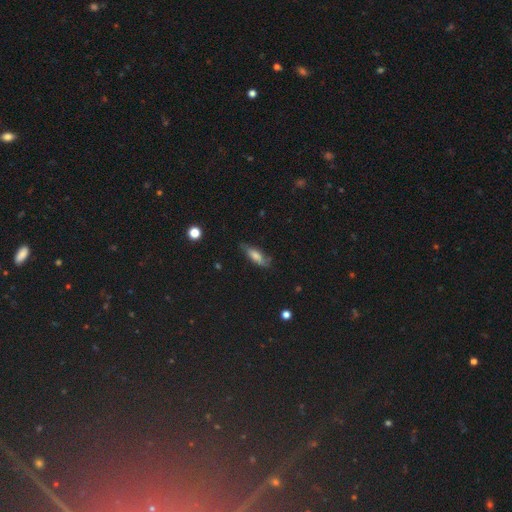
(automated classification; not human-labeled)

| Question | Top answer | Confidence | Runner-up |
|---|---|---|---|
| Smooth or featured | smooth | 63% | featured or disk (26%) |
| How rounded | in between | 51% | cigar-shaped (46%) |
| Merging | none | 72% | minor disturbance (22%) |